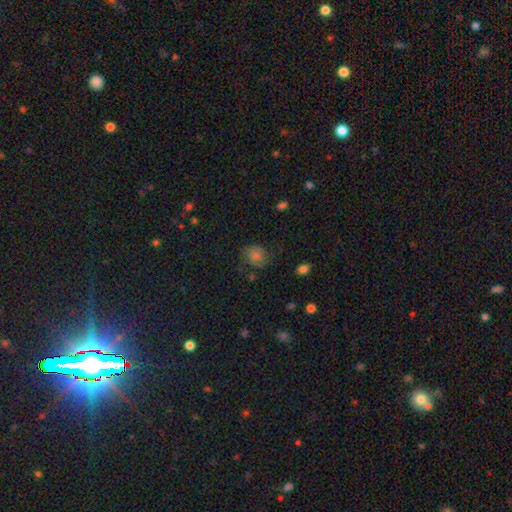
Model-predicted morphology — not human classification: smooth_or_featured: smooth (p=0.56) [alt: featured or disk p=0.23]
how_rounded: round (p=0.74) [alt: in between p=0.25]
merging: none (p=0.68) [alt: minor disturbance p=0.20]